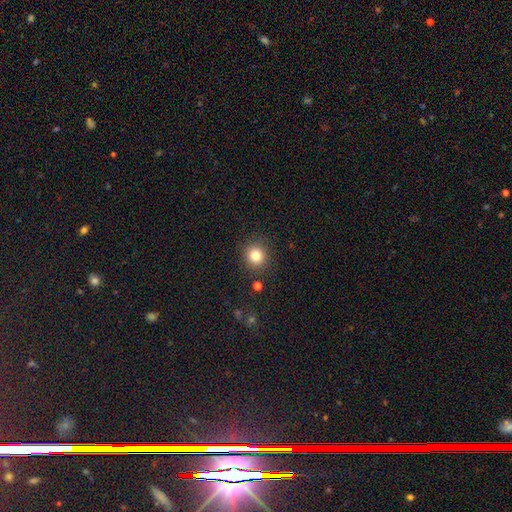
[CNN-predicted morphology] The model was most divided on "smooth or featured": smooth: 81%, star or artifact: 12%, featured or disk: 6%. More confident: how rounded — round (90%); merging — none (89%).